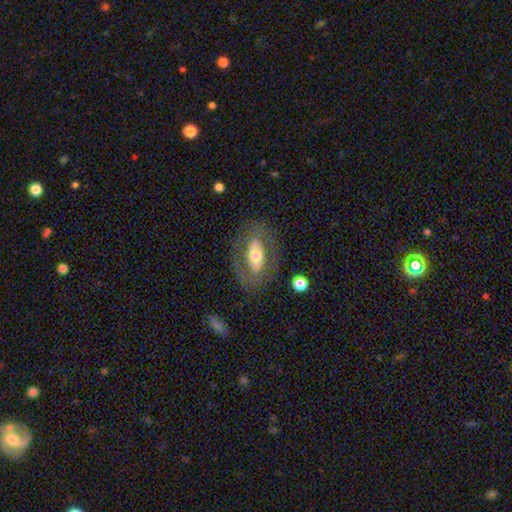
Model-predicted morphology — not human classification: The model was most divided on "smooth or featured": featured or disk: 52%, smooth: 41%, star or artifact: 7%. More confident: edge-on disk — no (88%); merging — none (76%).